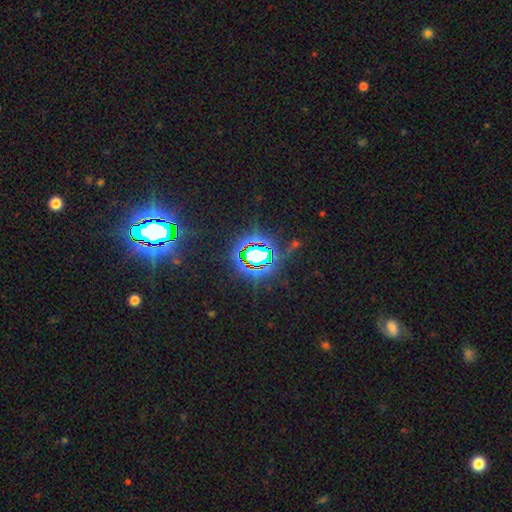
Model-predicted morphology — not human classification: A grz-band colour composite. It shows a star or artifact, not a galaxy (77%).